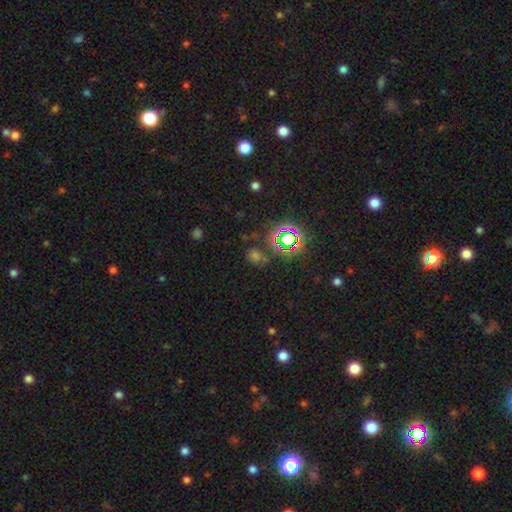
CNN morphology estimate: This appears to be a star or artifact, not a galaxy (54%).